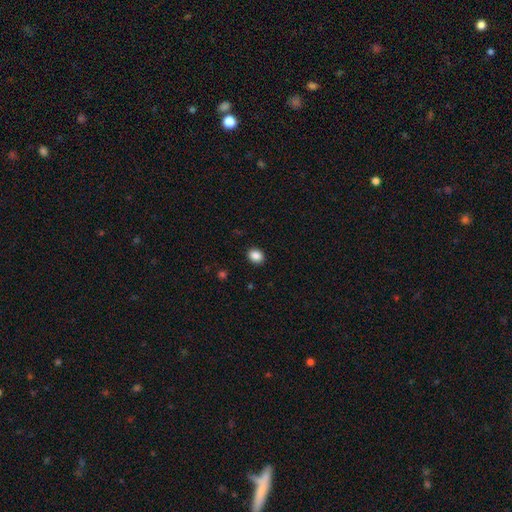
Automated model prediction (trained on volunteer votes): Smooth or featured: smooth — 88% (star or artifact — 9%)
How rounded: round — 53% (in between — 46%)
Merging: none — 91% (minor disturbance — 6%)